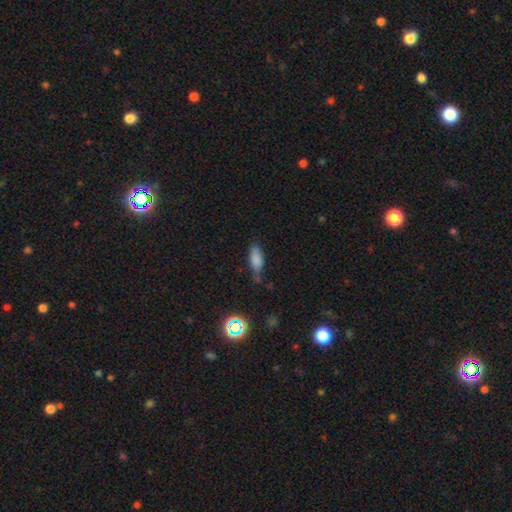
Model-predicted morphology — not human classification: type=smooth (71%); roundness=in between (67%); merging=none (60%).